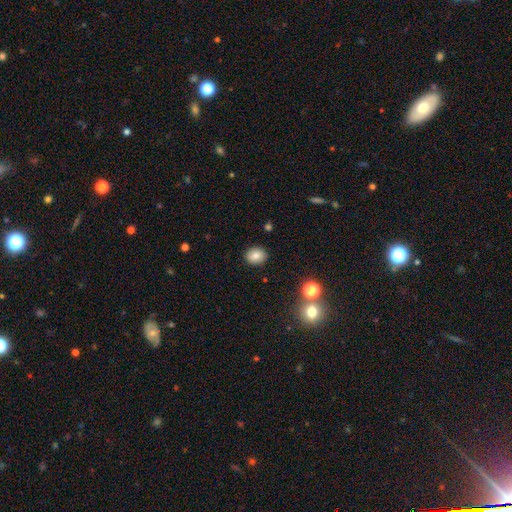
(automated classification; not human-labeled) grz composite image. It shows a smooth galaxy with no disk features (81%) that is round (53%). Merging: none (89%).